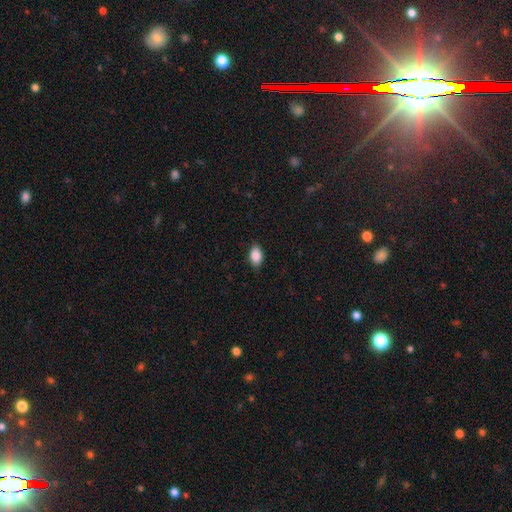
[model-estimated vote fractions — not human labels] Morphology: type=smooth (88%); roundness=in between (89%); merging=none (85%).